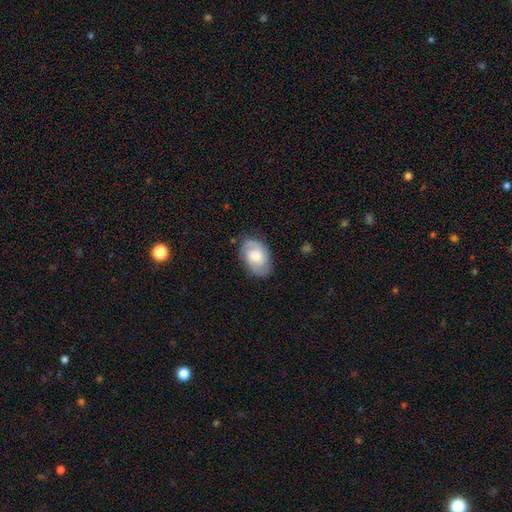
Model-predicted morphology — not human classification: Overall: featured or disk (72%). Edge-on disk: no (97%). Bar: no (47%; weak 44%). Spiral arms: yes (94%). Spiral arm count: 2 (78%). Spiral winding: medium (47%; tight 38%). Bulge size: moderate (49%; small 21%). Merging: none (81%).